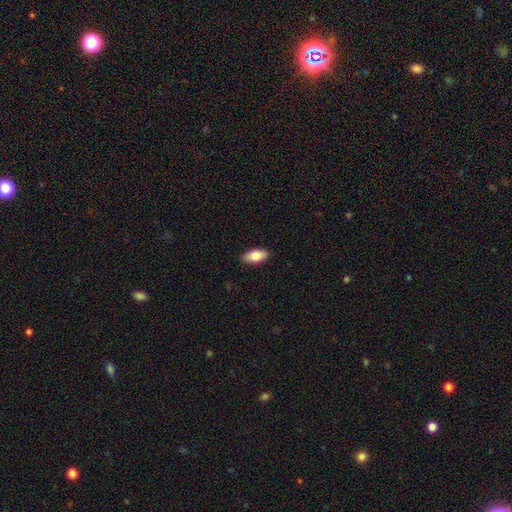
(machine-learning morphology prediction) Overall: smooth (81%). How rounded: in between (90%). Merging: none (89%).